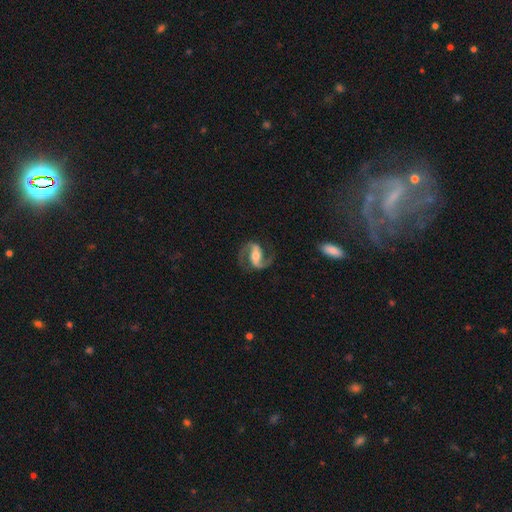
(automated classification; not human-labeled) smooth_or_featured: featured or disk (p=0.91) [alt: smooth p=0.05]
disk_edge_on: no (p=0.97) [alt: yes p=0.03]
bar: strong (p=0.47) [alt: weak p=0.33]
has_spiral_arms: yes (p=0.98) [alt: no p=0.02]
spiral_winding: medium (p=0.56) [alt: loose p=0.30]
spiral_arm_count: 2 (p=0.93) [alt: 1 p=0.02]
bulge_size: moderate (p=0.59) [alt: small p=0.28]
merging: none (p=0.79) [alt: minor disturbance p=0.13]